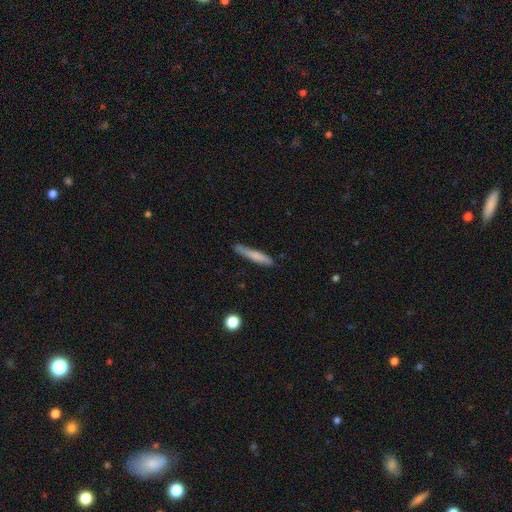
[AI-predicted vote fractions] This appears to be a smooth galaxy with no disk features (71%) that is cigar-shaped (93%). Merging: none (72%).